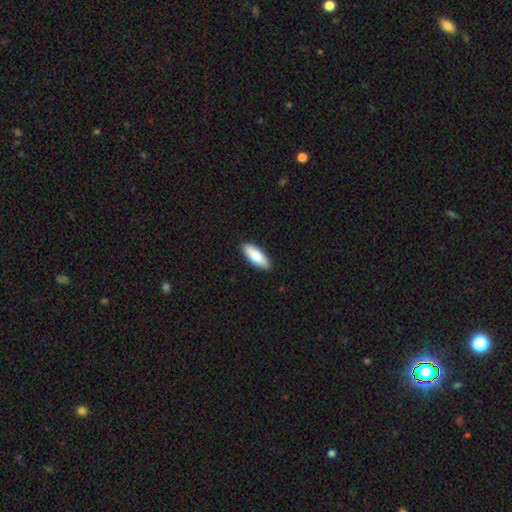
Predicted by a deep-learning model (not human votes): This appears to be a smooth galaxy with no disk features (81%) that is in between round and cigar-shaped (67%). Merging: none (90%).